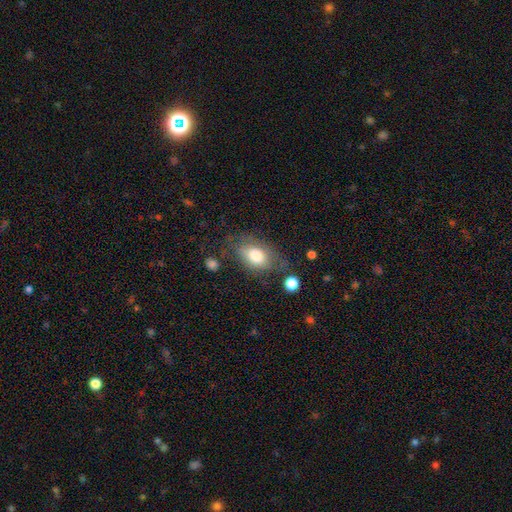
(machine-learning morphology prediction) smooth_or_featured: smooth (p=0.74) [alt: featured or disk p=0.18]
how_rounded: in between (p=0.85) [alt: round p=0.13]
merging: none (p=0.58) [alt: minor disturbance p=0.24]